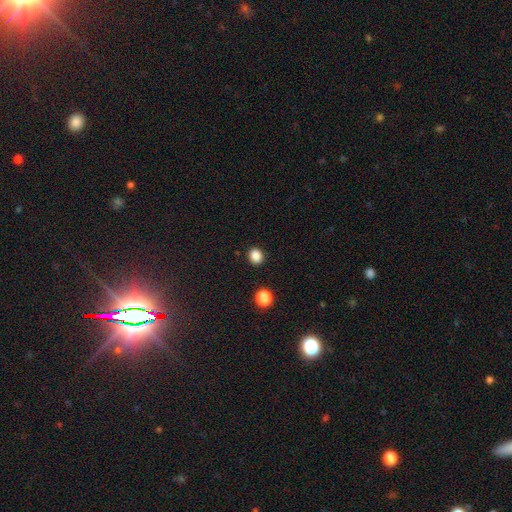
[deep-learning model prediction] smooth 86%, star or artifact 11%, featured or disk 3%. Down the decision tree: how rounded — round (72%); merging — none (89%).